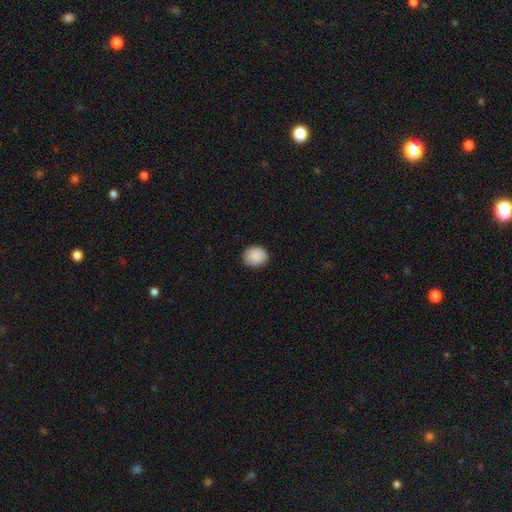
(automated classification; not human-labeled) smooth-or-featured: smooth: 89% | star or artifact: 7% | featured or disk: 3%
  how-rounded: round: 67% | in between: 32% | cigar-shaped: 1%
  merging: none: 86% | minor disturbance: 11% | major disturbance: 2% | merger: 1%